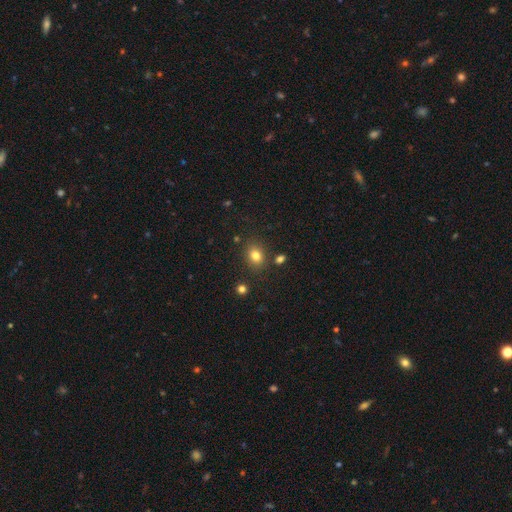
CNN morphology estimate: type=smooth (80%); roundness=in between (55%); merging=none (82%).